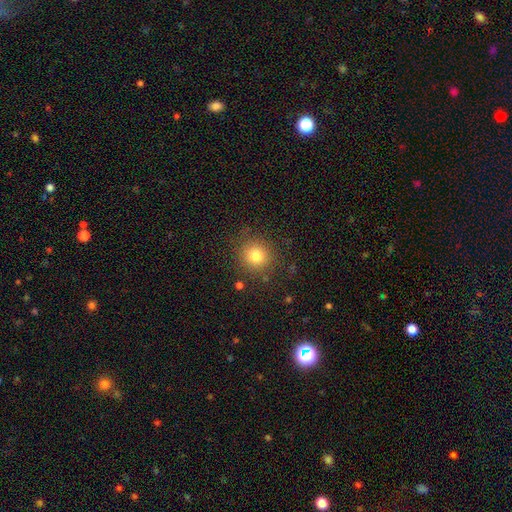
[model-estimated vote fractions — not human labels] A smooth galaxy with no disk features (78%) that is round (92%). Merging: none (86%).